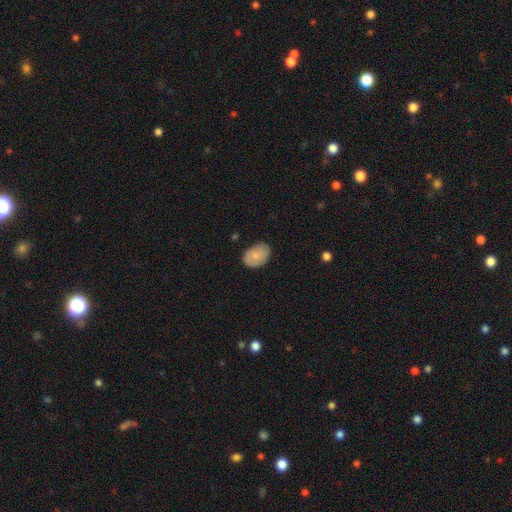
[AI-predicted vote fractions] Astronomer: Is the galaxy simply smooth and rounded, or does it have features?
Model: smooth — 77%.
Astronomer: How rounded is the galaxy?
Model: in between — 81%.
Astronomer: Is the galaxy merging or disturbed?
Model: none — 76%.